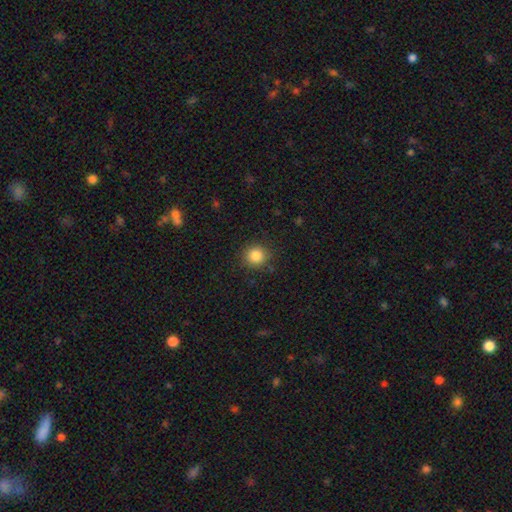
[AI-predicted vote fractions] A smooth galaxy with no disk features (84%) that is round (92%). Merging: none (87%).